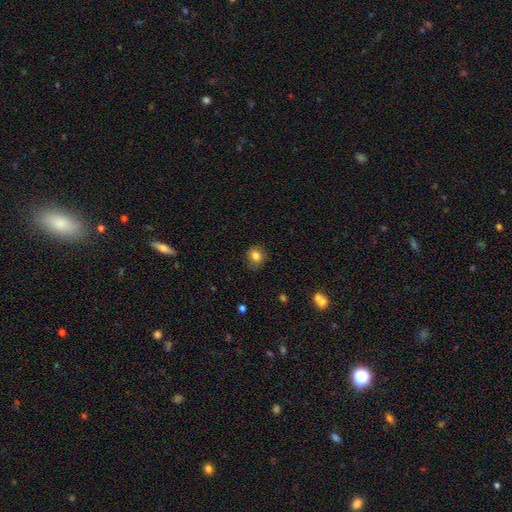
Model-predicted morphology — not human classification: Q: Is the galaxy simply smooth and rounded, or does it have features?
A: smooth — 82%.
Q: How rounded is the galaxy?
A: round — 75%.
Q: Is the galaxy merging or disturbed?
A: none — 81%.